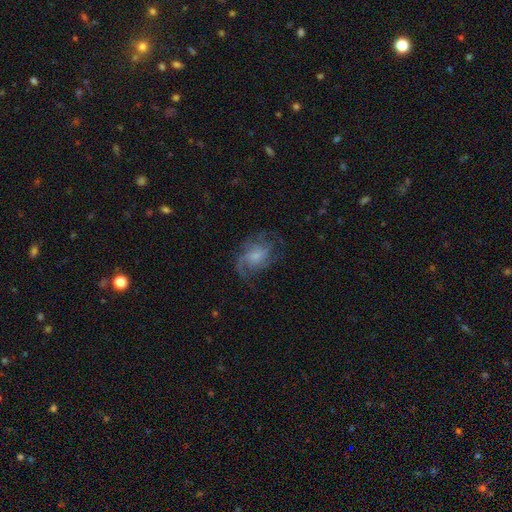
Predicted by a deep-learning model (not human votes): Q: Smooth or featured?
A: featured or disk (69%); runner-up: smooth (22%)
Q: Edge-on disk?
A: no (97%); runner-up: yes (3%)
Q: Bar?
A: no (64%); runner-up: weak (32%)
Q: Spiral arms?
A: yes (88%); runner-up: no (12%)
Q: Spiral winding?
A: medium (43%); runner-up: loose (33%)
Q: Spiral arm count?
A: can't tell (32%); runner-up: 2 (24%)
Q: Bulge size?
A: small (48%); runner-up: moderate (27%)
Q: Merging?
A: none (55%); runner-up: major disturbance (23%)